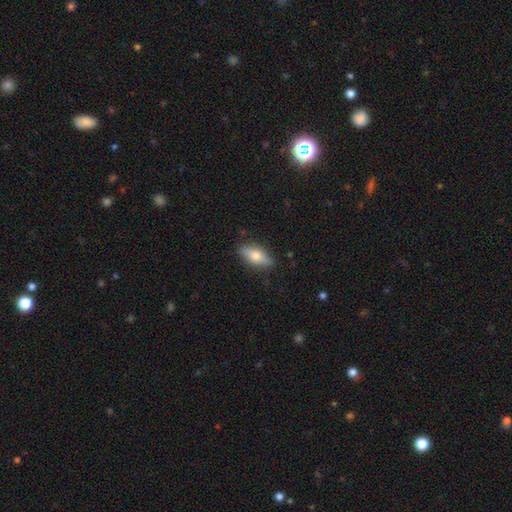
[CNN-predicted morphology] type=smooth (65%); roundness=in between (78%); merging=none (84%).